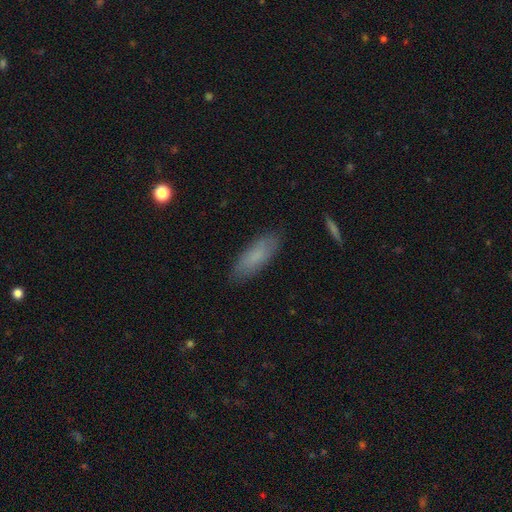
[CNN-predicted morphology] Q: Smooth or featured?
A: smooth (81%); runner-up: featured or disk (12%)
Q: How rounded?
A: in between (62%); runner-up: cigar-shaped (36%)
Q: Merging?
A: none (84%); runner-up: minor disturbance (12%)